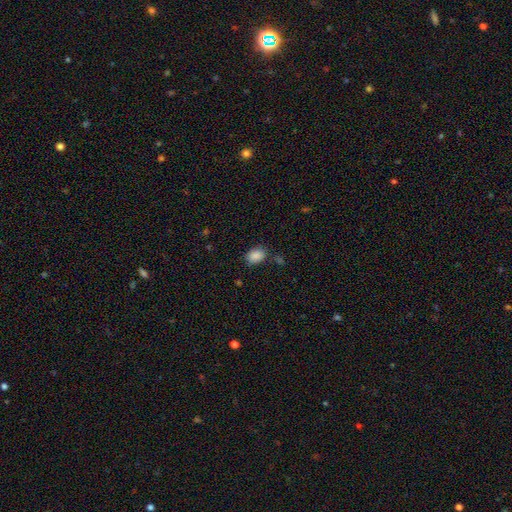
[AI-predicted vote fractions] A smooth galaxy with no disk features (87%) that is in between round and cigar-shaped (72%).

Vote fractions:
- Smooth or featured? smooth: 87% / star or artifact: 9% / featured or disk: 4%
- How rounded? in between: 72% / round: 27% / cigar-shaped: 1%
- Merging? none: 78% / minor disturbance: 15% / merger: 4% / major disturbance: 4%